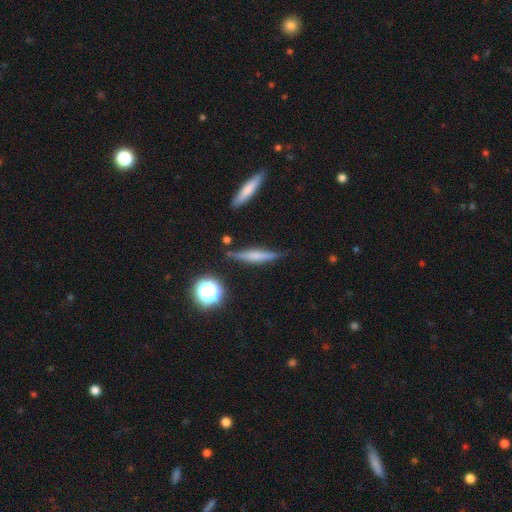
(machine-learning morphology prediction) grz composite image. It shows a featured or disk galaxy (49%). Merging: none (81%).